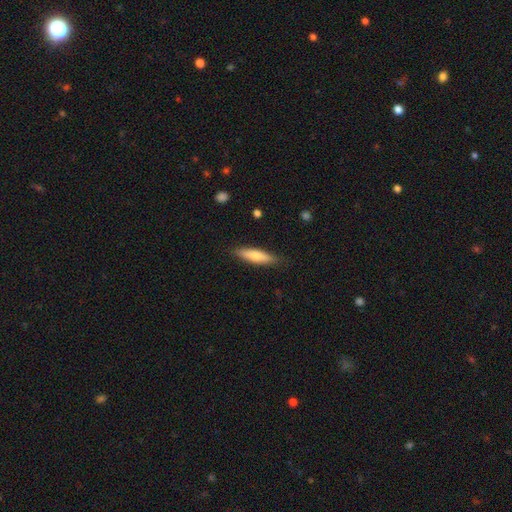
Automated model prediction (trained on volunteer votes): smooth_or_featured: smooth (p=0.71) [alt: featured or disk p=0.23]
how_rounded: cigar-shaped (p=0.72) [alt: in between p=0.26]
merging: none (p=0.85) [alt: minor disturbance p=0.12]